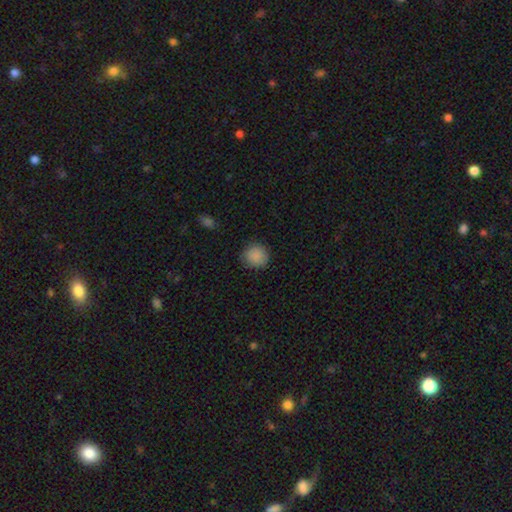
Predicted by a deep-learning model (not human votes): A smooth galaxy with no disk features (88%) that is round (89%).

Vote fractions:
- Smooth or featured? smooth: 88% / star or artifact: 9% / featured or disk: 3%
- How rounded? round: 89% / in between: 10% / cigar-shaped: 1%
- Merging? none: 86% / minor disturbance: 11% / major disturbance: 3% / merger: 1%